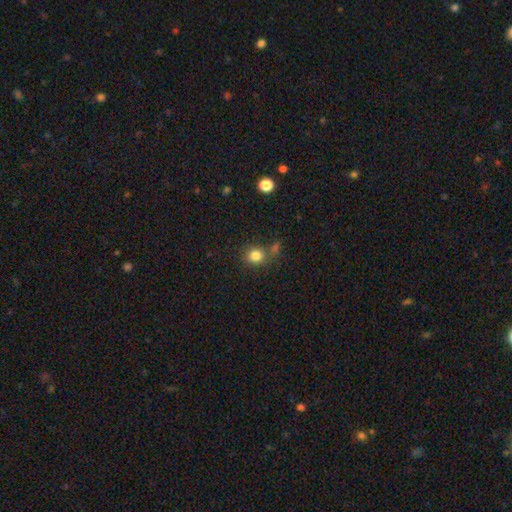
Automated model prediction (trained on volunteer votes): smooth_or_featured: smooth (p=0.82) [alt: star or artifact p=0.12]
how_rounded: round (p=0.76) [alt: in between p=0.23]
merging: none (p=0.69) [alt: minor disturbance p=0.14]